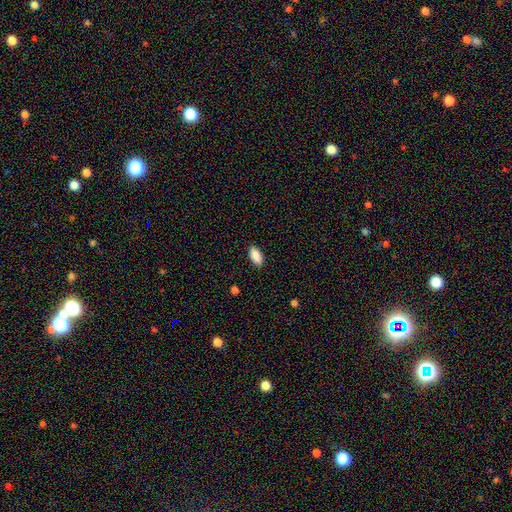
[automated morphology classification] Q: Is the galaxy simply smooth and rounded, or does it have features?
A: smooth — 89%.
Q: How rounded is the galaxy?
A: in between — 90%.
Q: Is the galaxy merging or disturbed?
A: none — 89%.